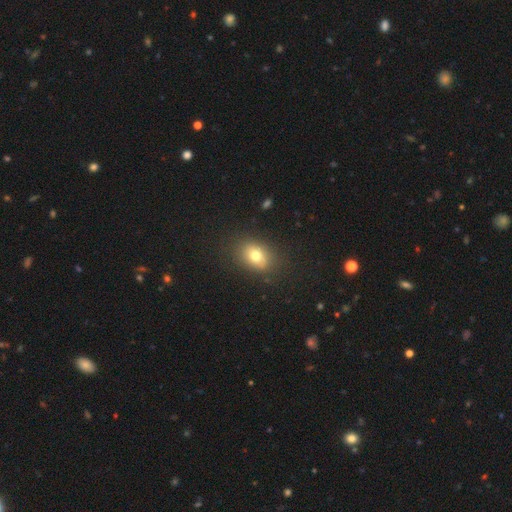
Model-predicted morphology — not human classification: Overall: smooth (75%). How rounded: in between (70%). Merging: none (83%).